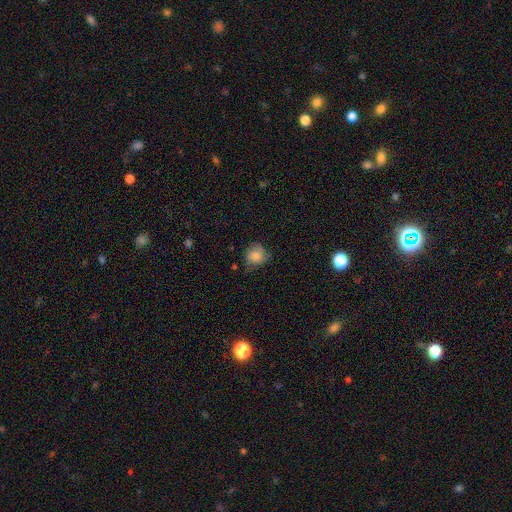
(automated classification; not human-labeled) Smooth or featured? smooth (78%)
How rounded? round (78%)
Merging? none (58%)